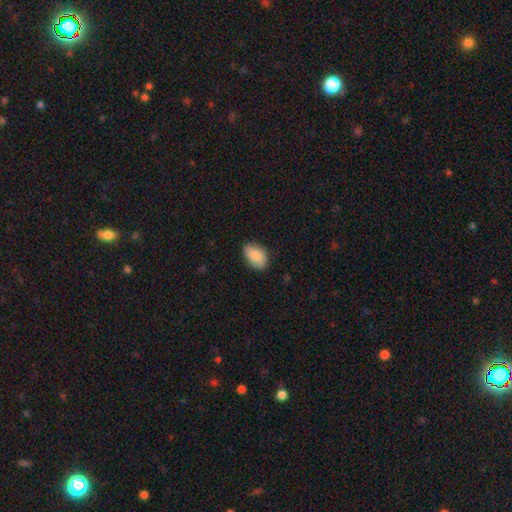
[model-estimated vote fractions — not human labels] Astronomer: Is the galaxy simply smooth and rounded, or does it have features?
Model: smooth — 88%.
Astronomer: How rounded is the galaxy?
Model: in between — 91%.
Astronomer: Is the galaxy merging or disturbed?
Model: none — 79%.